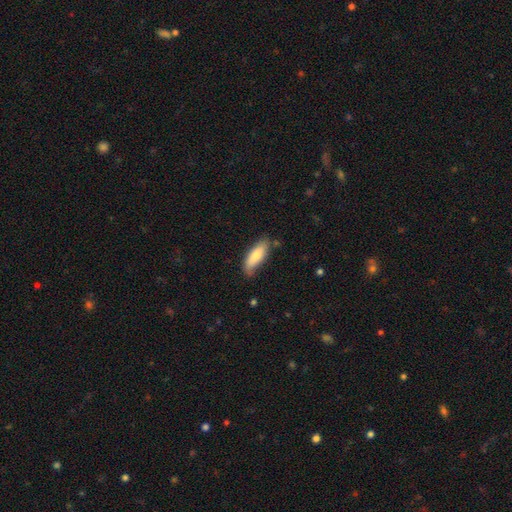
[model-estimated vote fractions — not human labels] A smooth galaxy with no disk features (79%) that is in between round and cigar-shaped (64%). Merging: none (70%).